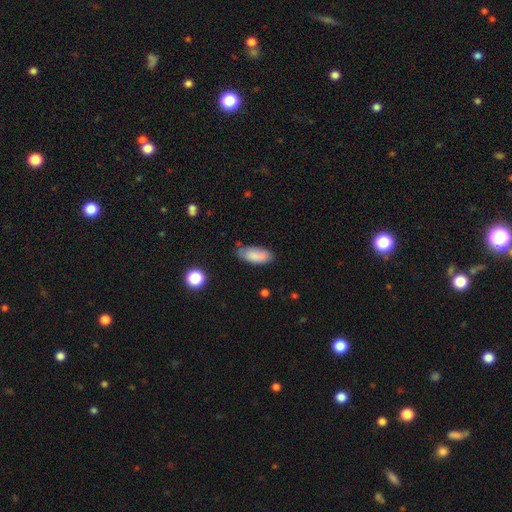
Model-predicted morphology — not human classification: This appears to be a smooth galaxy with no disk features (81%) that is in between round and cigar-shaped (85%). Merging: none (65%).